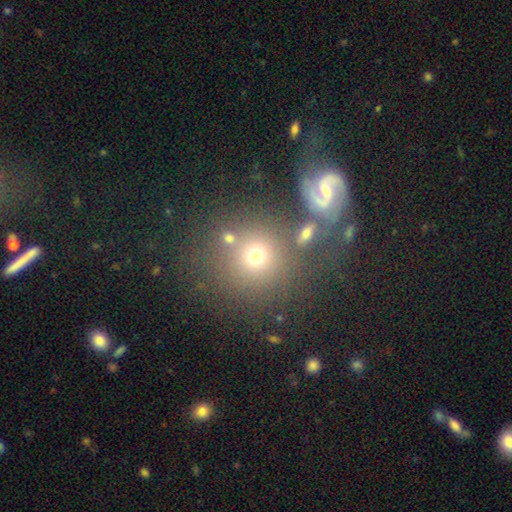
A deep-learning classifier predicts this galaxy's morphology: type=smooth (61%); roundness=round (88%); merging=none (70%).